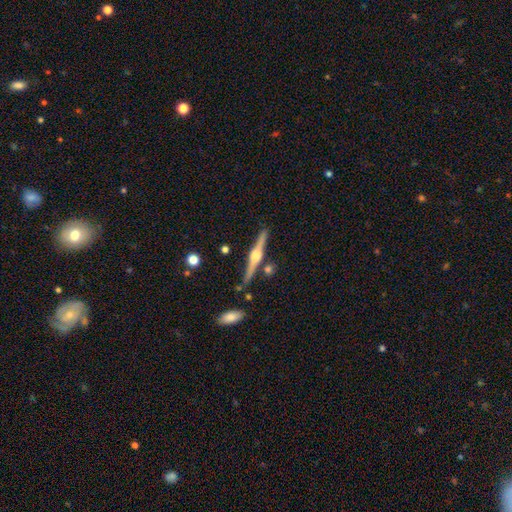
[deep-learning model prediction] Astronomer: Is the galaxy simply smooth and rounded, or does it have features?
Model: featured or disk — 82%.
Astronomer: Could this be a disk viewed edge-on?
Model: yes — 98%.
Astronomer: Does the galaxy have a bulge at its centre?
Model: rounded — 93%.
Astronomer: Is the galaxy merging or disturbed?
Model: none — 84%.